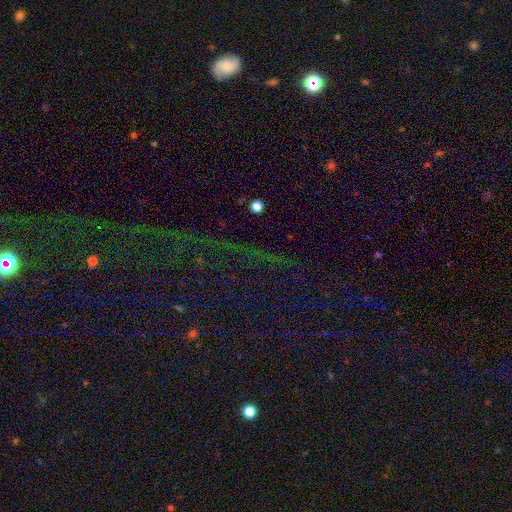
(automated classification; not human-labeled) star or artifact 76%, smooth 14%, featured or disk 10%.